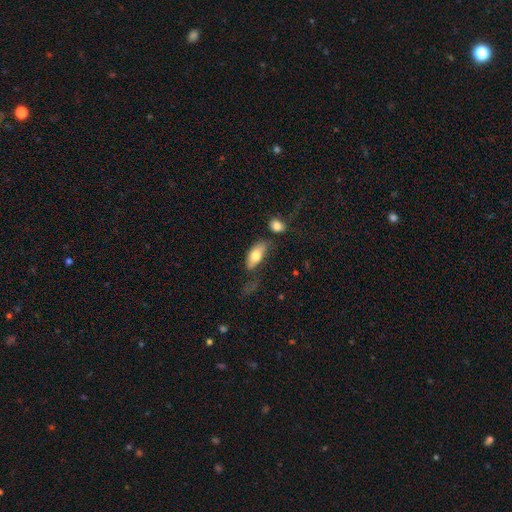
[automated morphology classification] Smooth or featured? smooth (72%)
How rounded? in between (85%)
Merging? none (42%)